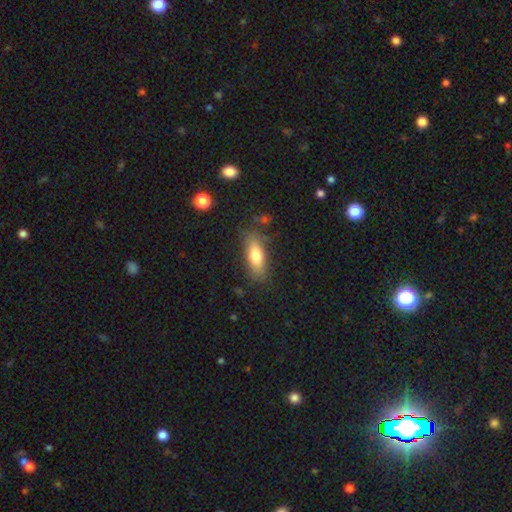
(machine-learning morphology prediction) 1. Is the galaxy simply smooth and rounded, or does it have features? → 73% smooth, 20% featured or disk, 7% star or artifact.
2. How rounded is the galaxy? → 67% in between, 30% cigar-shaped, 3% round.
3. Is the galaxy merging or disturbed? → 79% none, 15% minor disturbance, 4% major disturbance, 2% merger.